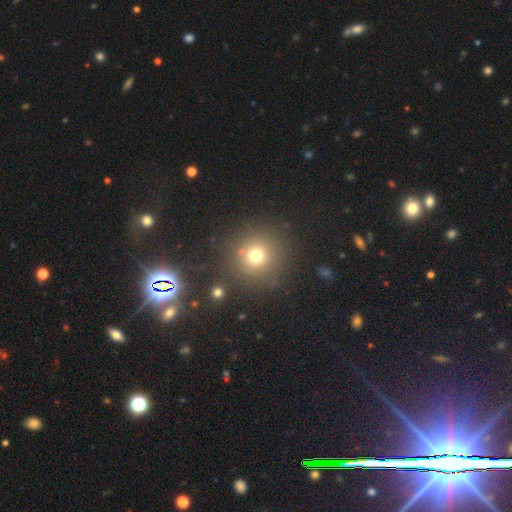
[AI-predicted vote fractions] This is likely a smooth galaxy (71%). How rounded: clearly round (94%). Merging: clearly none (83%).